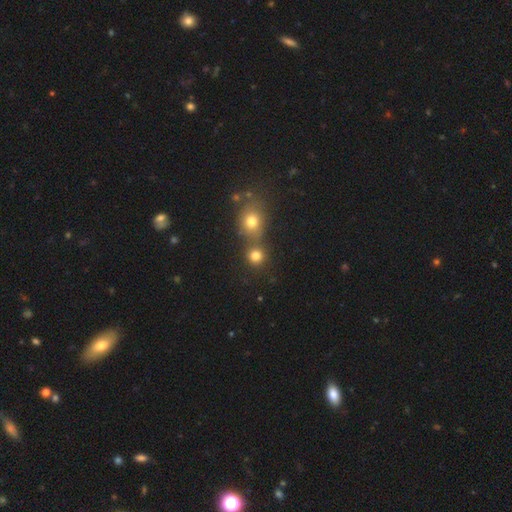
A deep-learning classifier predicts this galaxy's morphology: smooth 78%, star or artifact 15%, featured or disk 7%. Down the decision tree: how rounded — round (88%); merging — none (61%).